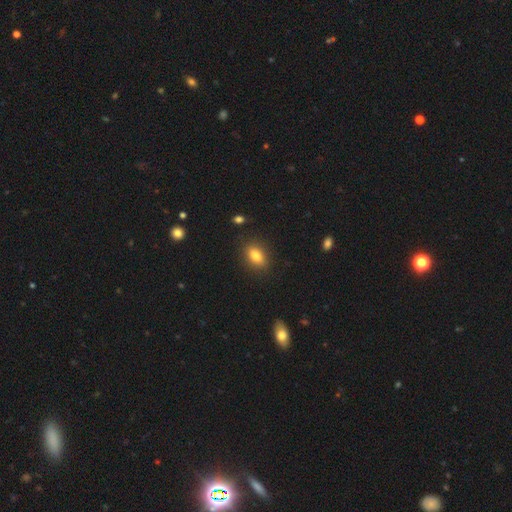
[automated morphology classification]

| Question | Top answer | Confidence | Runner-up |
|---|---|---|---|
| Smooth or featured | smooth | 81% | featured or disk (10%) |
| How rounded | in between | 81% | round (15%) |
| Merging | none | 87% | minor disturbance (9%) |